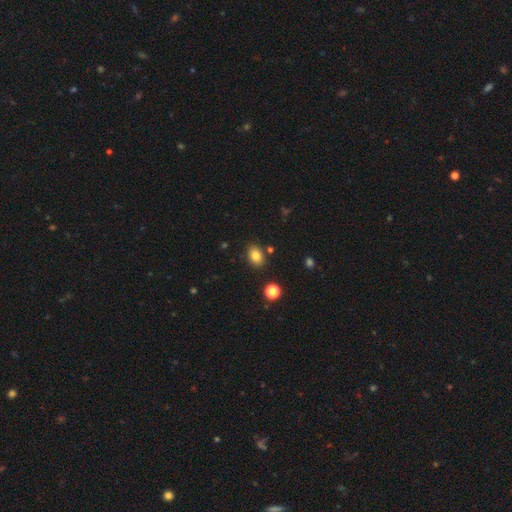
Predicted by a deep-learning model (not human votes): Smooth or featured: smooth — 82% (star or artifact — 11%)
How rounded: in between — 72% (round — 27%)
Merging: none — 83% (minor disturbance — 10%)